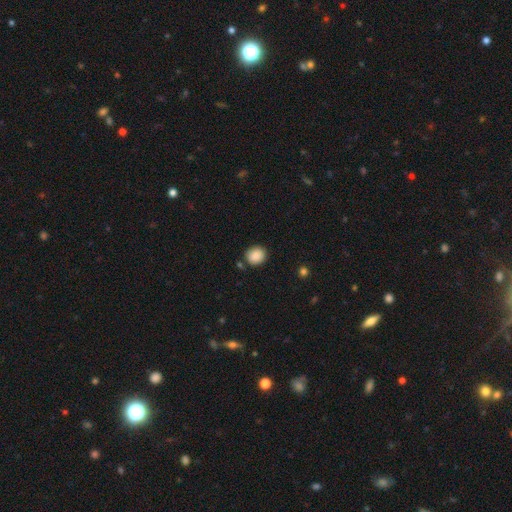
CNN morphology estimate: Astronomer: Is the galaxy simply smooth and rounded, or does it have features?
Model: smooth — 88%.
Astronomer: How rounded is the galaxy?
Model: round — 78%.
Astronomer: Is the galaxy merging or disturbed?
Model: none — 83%.